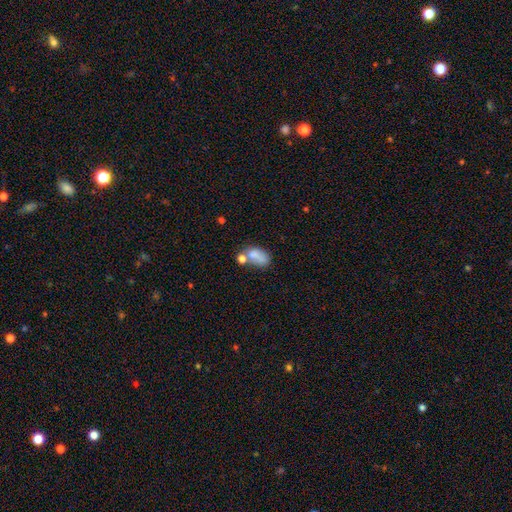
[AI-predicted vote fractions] Overall: smooth (73%). How rounded: in between (86%). Merging: none (35%, tied with merger).